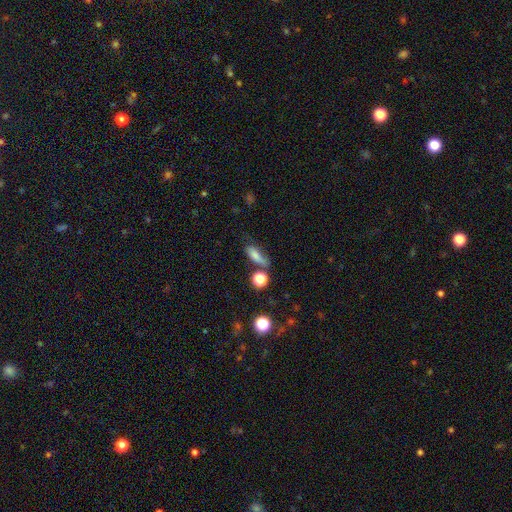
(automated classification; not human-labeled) Smooth or featured?
  - smooth: 72% *
  - featured or disk: 16%
  - star or artifact: 12%
How rounded?
  - in between: 56% *
  - cigar-shaped: 35%
  - round: 10%
Merging?
  - none: 48% *
  - minor disturbance: 26%
  - major disturbance: 13%
  - merger: 13%